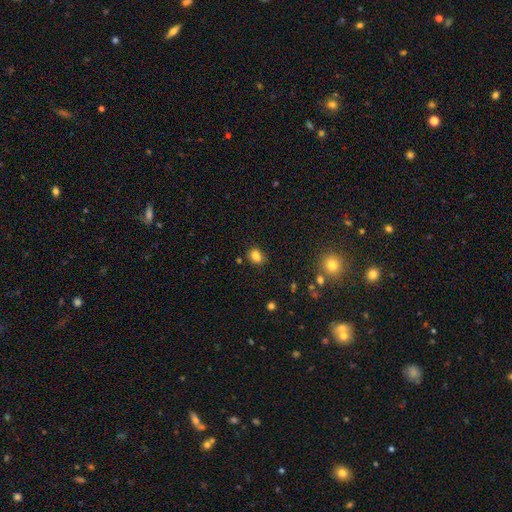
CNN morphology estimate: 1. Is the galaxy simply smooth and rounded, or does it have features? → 81% smooth, 13% star or artifact, 6% featured or disk.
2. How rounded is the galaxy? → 54% in between, 45% round, 1% cigar-shaped.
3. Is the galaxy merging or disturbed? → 73% none, 17% minor disturbance, 7% merger, 4% major disturbance.